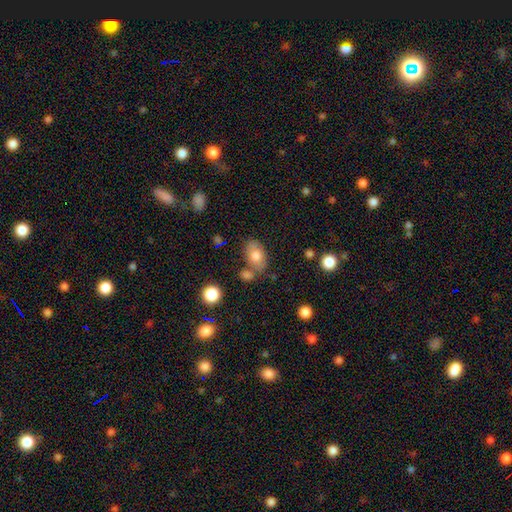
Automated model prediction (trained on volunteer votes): This appears to be a smooth galaxy with no disk features (77%) that is in between round and cigar-shaped (86%). Merging: none (62%).